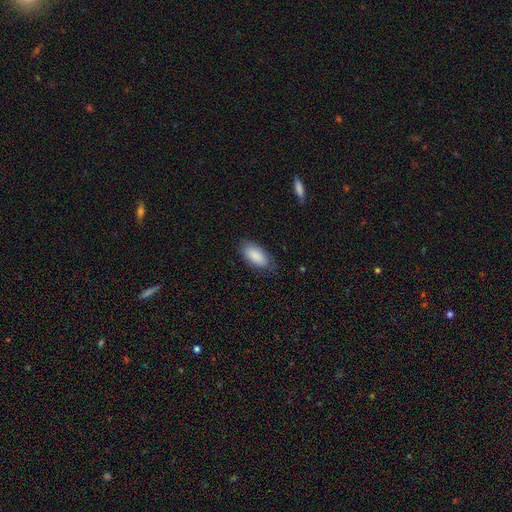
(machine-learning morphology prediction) Smooth or featured?
  - smooth: 88% *
  - star or artifact: 6%
  - featured or disk: 6%
How rounded?
  - in between: 92% *
  - cigar-shaped: 6%
  - round: 2%
Merging?
  - none: 77% *
  - minor disturbance: 18%
  - major disturbance: 4%
  - merger: 1%